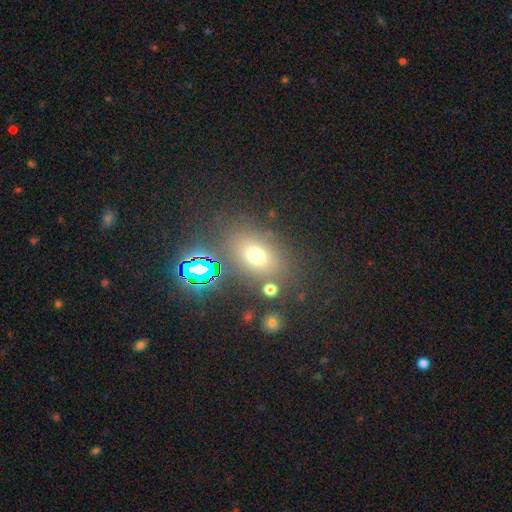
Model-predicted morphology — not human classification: Q: Smooth or featured?
A: smooth (63%); runner-up: star or artifact (24%)
Q: How rounded?
A: in between (64%); runner-up: round (34%)
Q: Merging?
A: none (77%); runner-up: minor disturbance (11%)